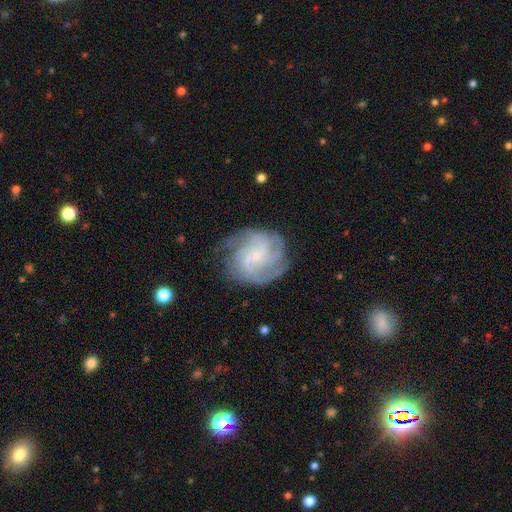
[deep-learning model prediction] Q: Smooth or featured?
A: featured or disk (81%); runner-up: smooth (12%)
Q: Edge-on disk?
A: no (98%); runner-up: yes (2%)
Q: Bar?
A: weak (47%); runner-up: no (43%)
Q: Spiral arms?
A: yes (95%); runner-up: no (5%)
Q: Spiral winding?
A: tight (52%); runner-up: medium (38%)
Q: Spiral arm count?
A: can't tell (29%); runner-up: 3 (23%)
Q: Bulge size?
A: small (69%); runner-up: moderate (15%)
Q: Merging?
A: none (72%); runner-up: minor disturbance (18%)